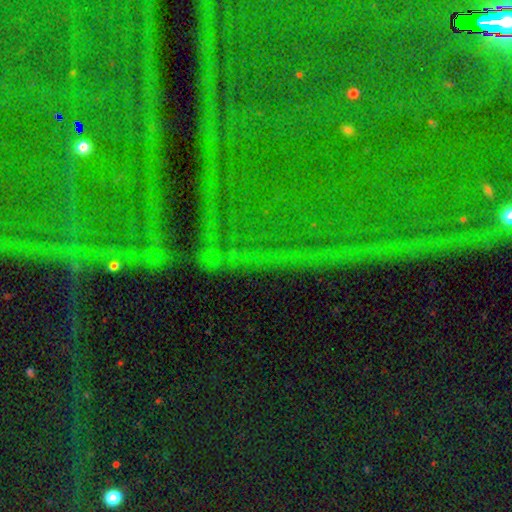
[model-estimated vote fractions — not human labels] Smooth or featured: star or artifact — 80% (featured or disk — 11%)